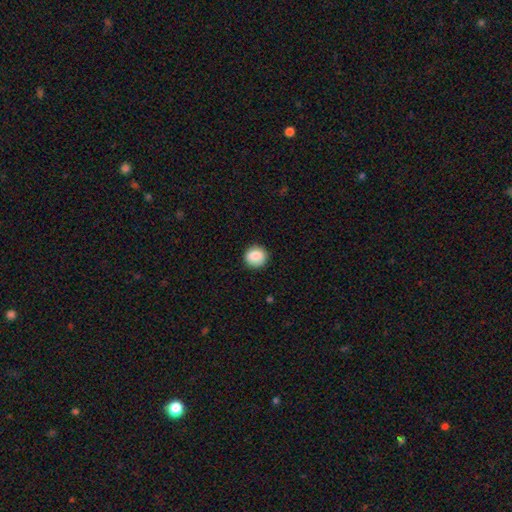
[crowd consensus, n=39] This appears to be a smooth galaxy with no disk features (90%) that is round (91%). Merging: none (84%).